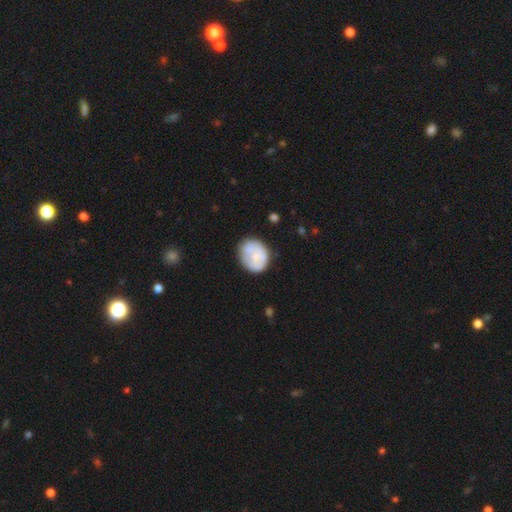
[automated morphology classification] smooth_or_featured: smooth (p=0.64) [alt: featured or disk p=0.30]
how_rounded: round (p=0.59) [alt: in between p=0.40]
merging: none (p=0.61) [alt: minor disturbance p=0.25]